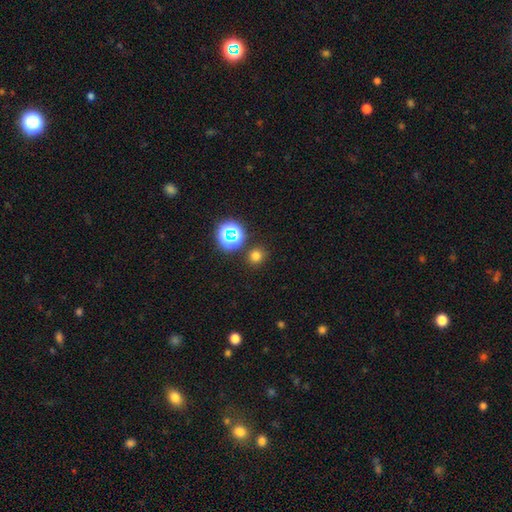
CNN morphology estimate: A smooth galaxy with no disk features (72%) that is round (84%). Merging: none (85%).